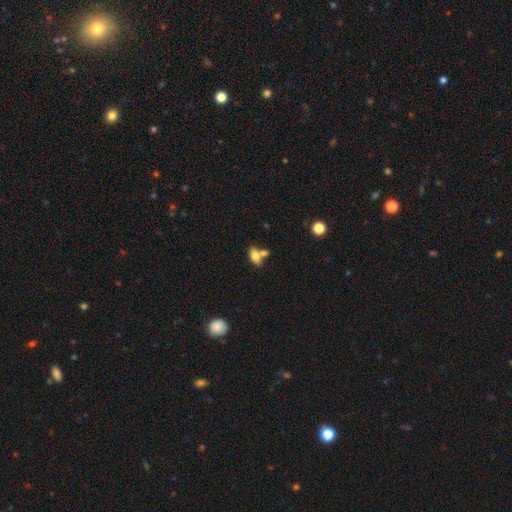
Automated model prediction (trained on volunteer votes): This is likely a smooth galaxy (77%). How rounded: clearly in between (86%). Merging: possibly none (46%).